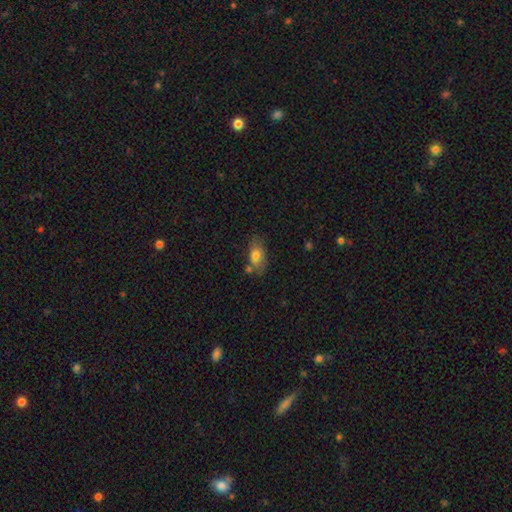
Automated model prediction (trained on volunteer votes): Smooth or featured? Predicted: smooth (p=0.75). How rounded? Predicted: in between (p=0.86). Merging? Predicted: none (p=0.62).